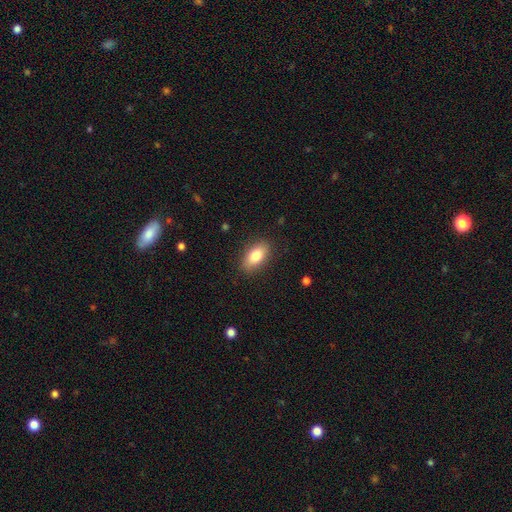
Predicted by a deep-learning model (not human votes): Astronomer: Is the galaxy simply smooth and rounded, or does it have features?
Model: smooth — 82%.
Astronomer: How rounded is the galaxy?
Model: in between — 89%.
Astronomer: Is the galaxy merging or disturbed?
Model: none — 86%.